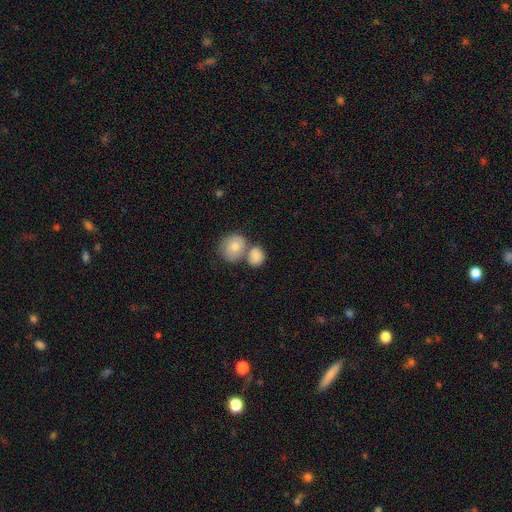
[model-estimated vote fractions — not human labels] The model was most divided on "how rounded": round: 54%, in between: 45%, cigar-shaped: 1%. Remaining: smooth or featured — smooth (81%); merging — merger (48%).